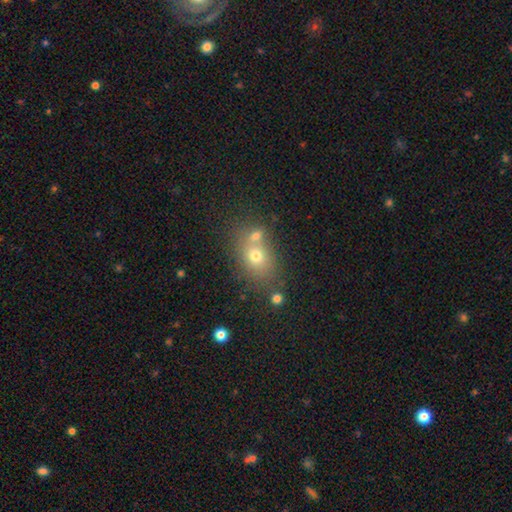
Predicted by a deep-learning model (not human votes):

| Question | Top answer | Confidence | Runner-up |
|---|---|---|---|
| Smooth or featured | smooth | 61% | star or artifact (21%) |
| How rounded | round | 53% | in between (45%) |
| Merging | none | 52% | merger (35%) |